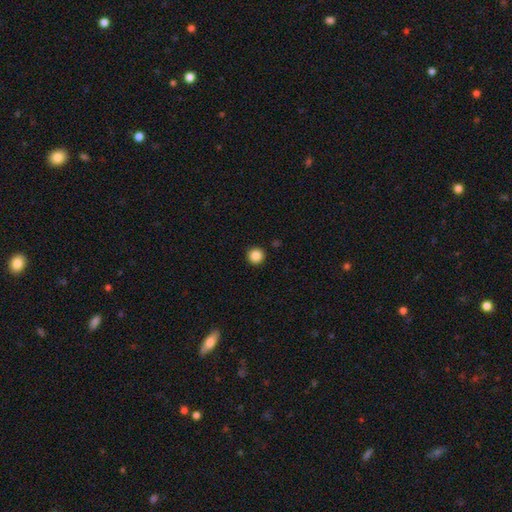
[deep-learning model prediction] This is clearly a smooth galaxy (87%). How rounded: clearly round (96%). Merging: clearly none (93%).